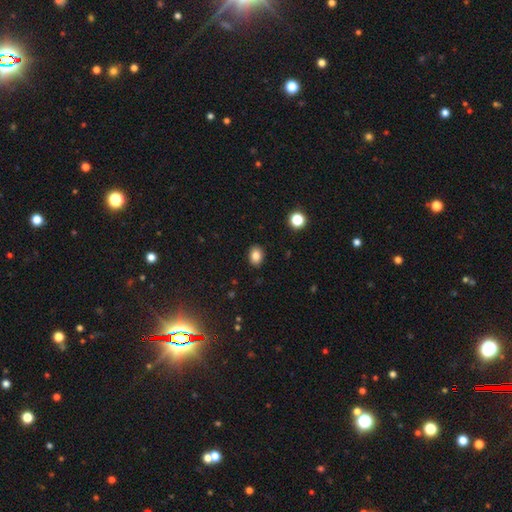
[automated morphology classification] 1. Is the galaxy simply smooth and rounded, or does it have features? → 83% smooth, 10% star or artifact, 6% featured or disk.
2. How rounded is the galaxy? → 63% in between, 36% round, 1% cigar-shaped.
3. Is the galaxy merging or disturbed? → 89% none, 8% minor disturbance, 2% major disturbance, 1% merger.